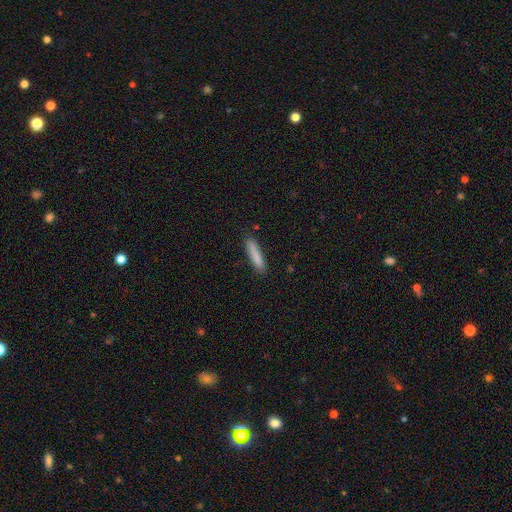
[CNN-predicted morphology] A smooth galaxy with no disk features (85%) that is cigar-shaped (89%).

Vote fractions:
- Smooth or featured? smooth: 85% / featured or disk: 9% / star or artifact: 6%
- How rounded? cigar-shaped: 89% / in between: 10% / round: 1%
- Merging? none: 86% / minor disturbance: 10% / major disturbance: 2% / merger: 2%